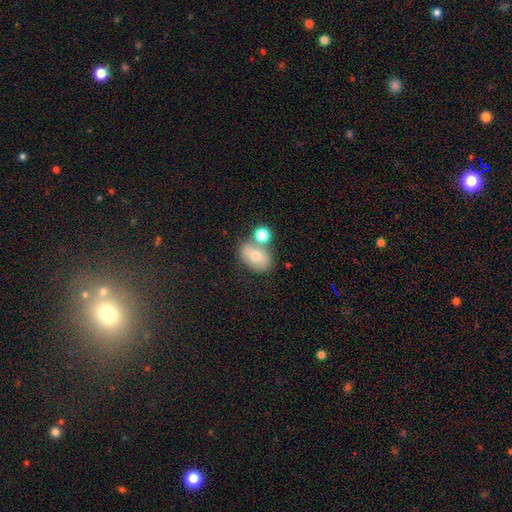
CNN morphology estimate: Smooth or featured? Predicted: smooth (p=0.65). How rounded? Predicted: in between (p=0.72). Merging? Predicted: none (p=0.52).